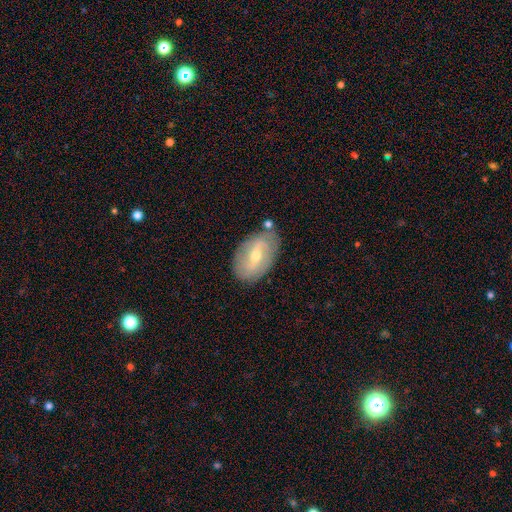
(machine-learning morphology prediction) Q: Smooth or featured?
A: featured or disk (58%); runner-up: smooth (34%)
Q: Edge-on disk?
A: no (91%); runner-up: yes (9%)
Q: Bar?
A: weak (46%); runner-up: strong (34%)
Q: Spiral arms?
A: yes (55%); runner-up: no (45%)
Q: Bulge size?
A: moderate (50%); runner-up: small (47%)
Q: Merging?
A: none (79%); runner-up: minor disturbance (14%)